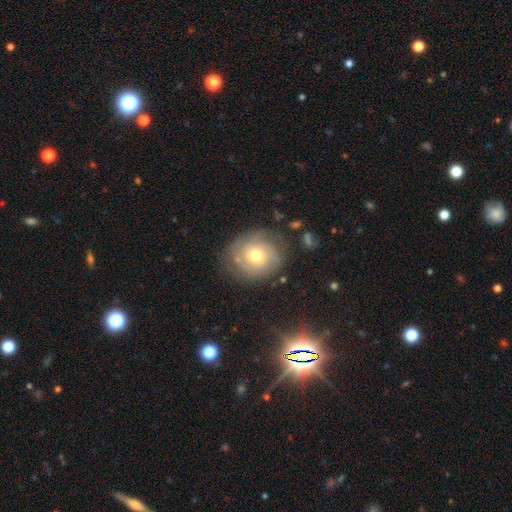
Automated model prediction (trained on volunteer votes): This is possibly a featured or disk galaxy (50%). It is clearly not viewed edge-on (96%). Merging: likely none (70%).